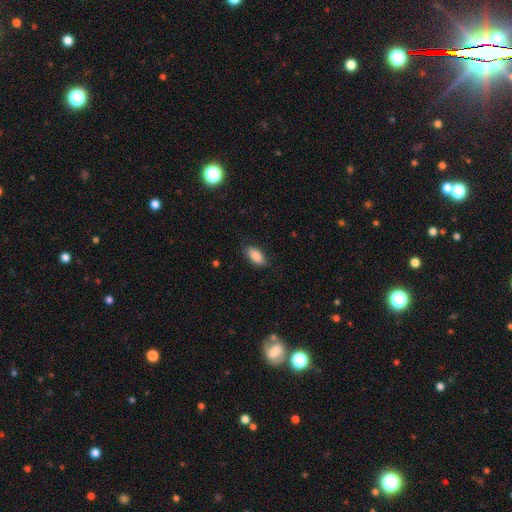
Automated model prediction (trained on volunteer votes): Smooth or featured? smooth (87%)
How rounded? in between (90%)
Merging? none (82%)